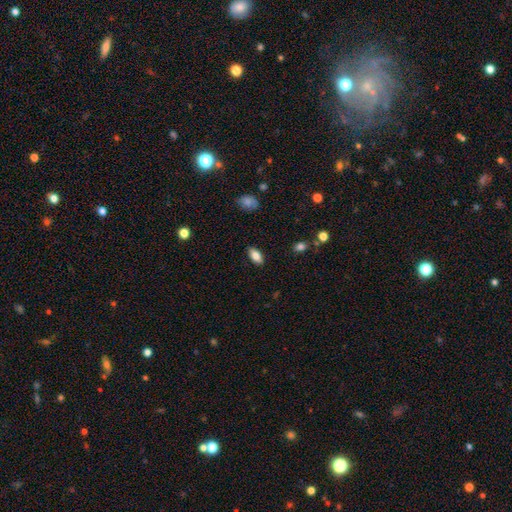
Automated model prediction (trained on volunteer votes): smooth_or_featured: smooth (p=0.80) [alt: featured or disk p=0.12]
how_rounded: in between (p=0.90) [alt: cigar-shaped p=0.07]
merging: none (p=0.88) [alt: minor disturbance p=0.09]